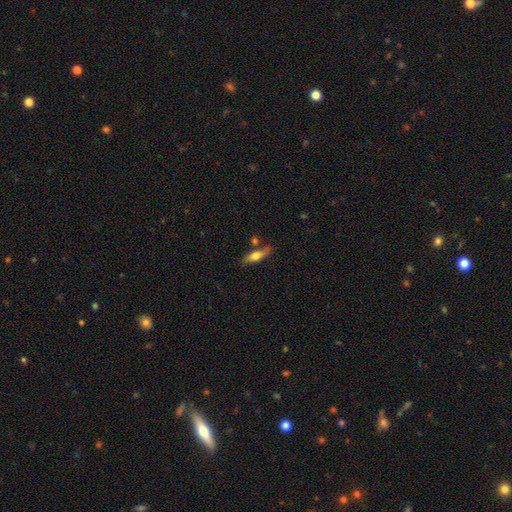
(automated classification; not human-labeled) Smooth or featured? smooth (63%)
How rounded? cigar-shaped (52%)
Merging? none (71%)